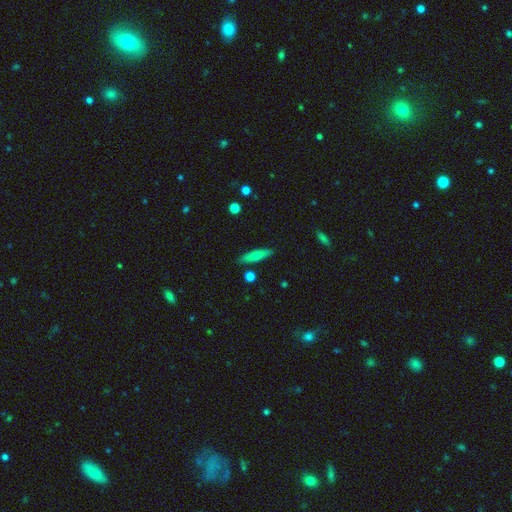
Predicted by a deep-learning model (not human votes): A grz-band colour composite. It shows a smooth galaxy with no disk features (68%) that is cigar-shaped (77%). Merging: none (86%).